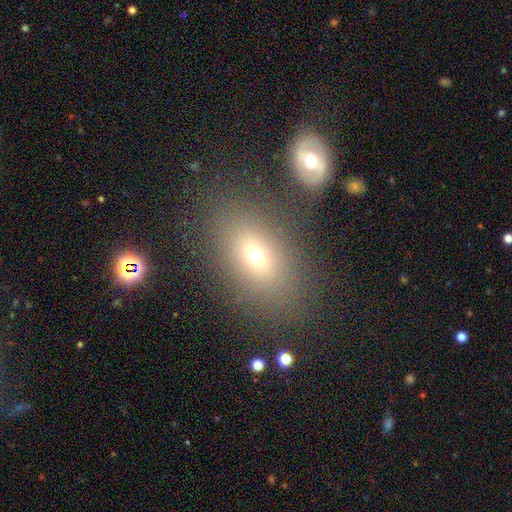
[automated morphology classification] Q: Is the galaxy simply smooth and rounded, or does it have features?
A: smooth — 66%.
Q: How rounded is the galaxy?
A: in between — 78%.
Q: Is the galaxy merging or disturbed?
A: none — 75%.